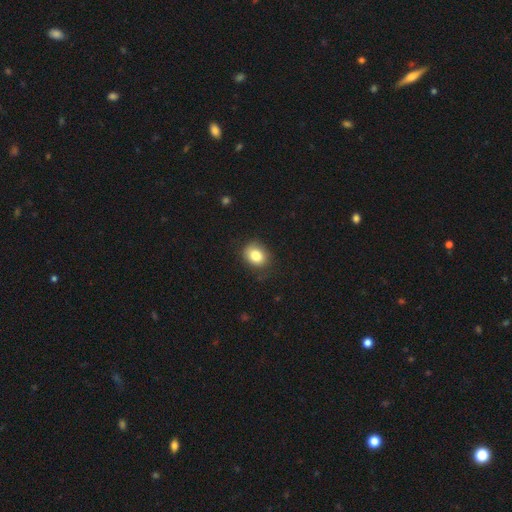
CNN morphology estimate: Q: Smooth or featured?
A: smooth (82%); runner-up: star or artifact (10%)
Q: How rounded?
A: round (50%); runner-up: in between (49%)
Q: Merging?
A: none (79%); runner-up: minor disturbance (16%)